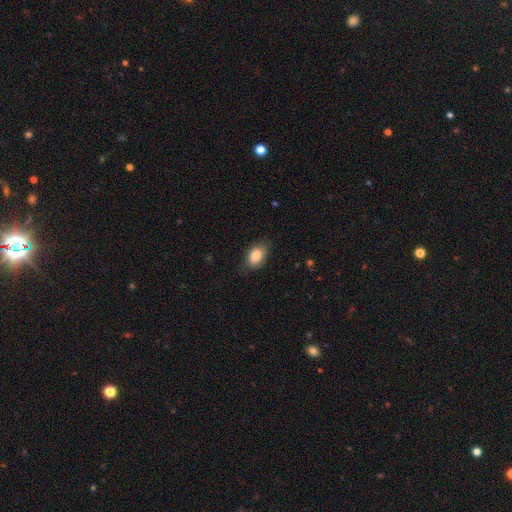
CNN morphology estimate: type=smooth (87%); roundness=in between (83%); merging=none (77%).